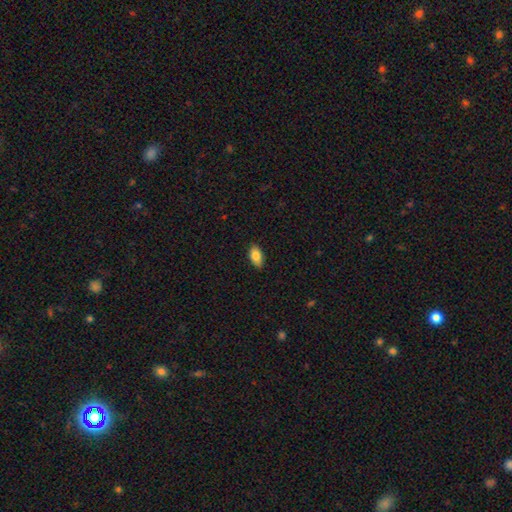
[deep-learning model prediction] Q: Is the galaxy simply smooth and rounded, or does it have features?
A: smooth — 84%.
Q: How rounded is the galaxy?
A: in between — 92%.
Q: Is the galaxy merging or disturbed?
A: none — 88%.